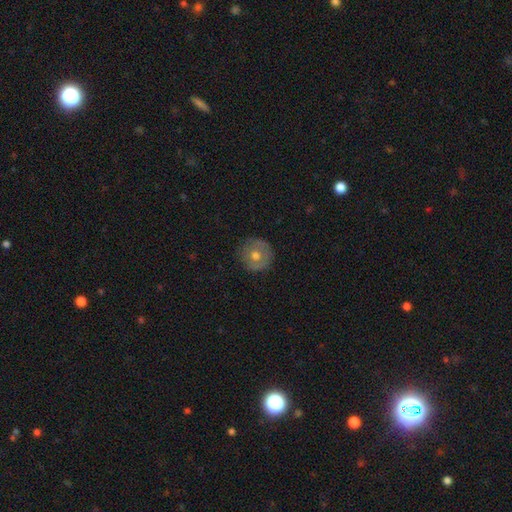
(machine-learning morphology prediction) A smooth galaxy with no disk features (54%) that is round (95%).

Vote fractions:
- Smooth or featured? smooth: 54% / featured or disk: 37% / star or artifact: 9%
- How rounded? round: 95% / in between: 4% / cigar-shaped: 1%
- Merging? none: 87% / minor disturbance: 9% / major disturbance: 2% / merger: 1%